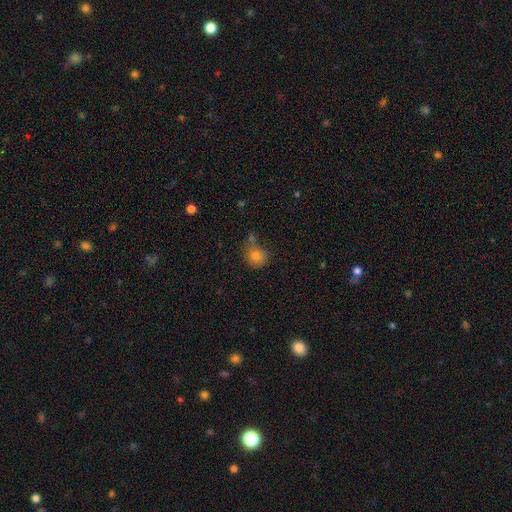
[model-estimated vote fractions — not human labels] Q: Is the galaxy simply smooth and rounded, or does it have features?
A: smooth — 78%.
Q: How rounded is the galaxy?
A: round — 81%.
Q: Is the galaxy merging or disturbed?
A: none — 57%.